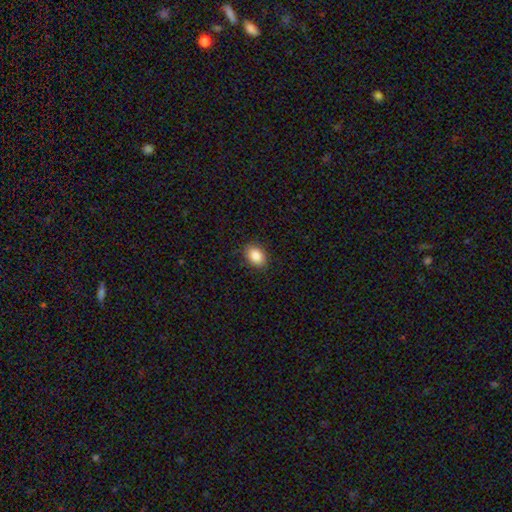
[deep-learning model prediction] This is clearly a smooth galaxy (87%). How rounded: likely in between (77%). Merging: clearly none (88%).